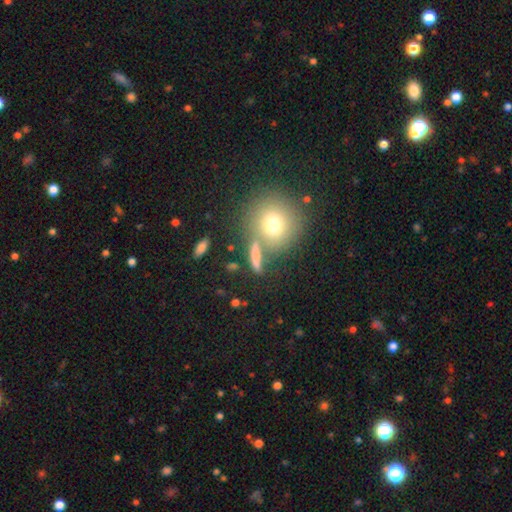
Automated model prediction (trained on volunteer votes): smooth_or_featured: smooth (p=0.67) [alt: featured or disk p=0.19]
how_rounded: cigar-shaped (p=0.46) [alt: round p=0.28]
merging: none (p=0.64) [alt: merger p=0.17]